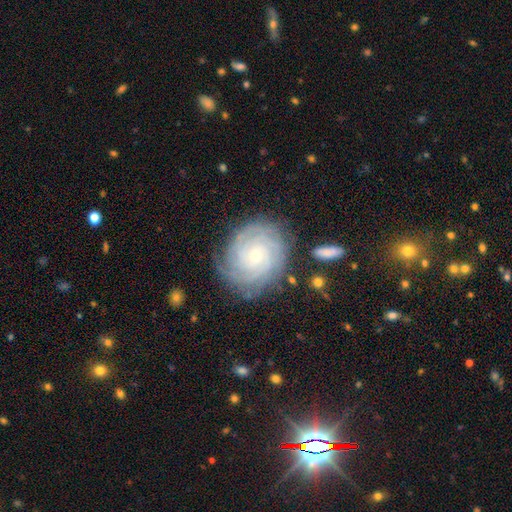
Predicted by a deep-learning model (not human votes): Smooth or featured? Predicted: featured or disk (p=0.84). Edge-on disk? Predicted: no (p=0.98). Bar? Predicted: no (p=0.79). Spiral arms? Predicted: yes (p=0.97). Spiral winding? Predicted: tight (p=0.84). Spiral arm count? Predicted: can't tell (p=0.27, tied with 4). Bulge size? Predicted: small (p=0.81). Merging? Predicted: none (p=0.79).